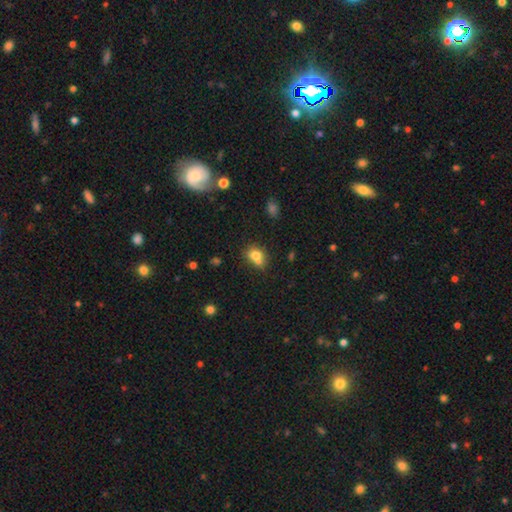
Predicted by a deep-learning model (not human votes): Smooth or featured? Predicted: smooth (p=0.75). How rounded? Predicted: in between (p=0.51). Merging? Predicted: merger (p=0.37, tied with none).